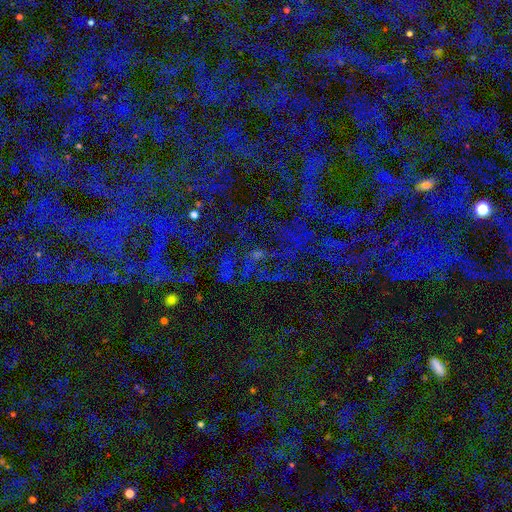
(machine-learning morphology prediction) smooth-or-featured: star or artifact: 77% | smooth: 12% | featured or disk: 10%